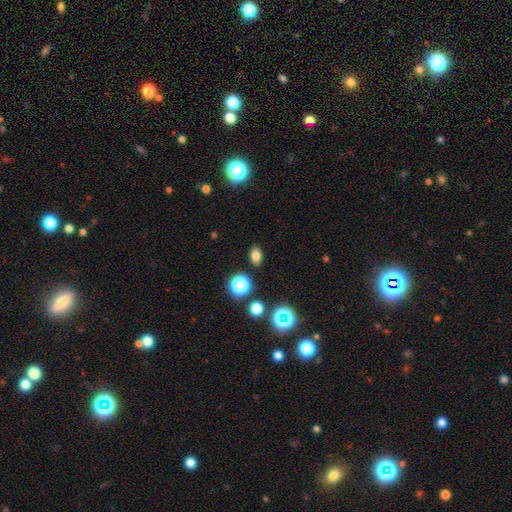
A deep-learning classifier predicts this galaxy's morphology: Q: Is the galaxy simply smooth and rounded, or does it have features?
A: smooth — 77%.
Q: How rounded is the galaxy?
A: in between — 76%.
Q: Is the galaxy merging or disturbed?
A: none — 87%.